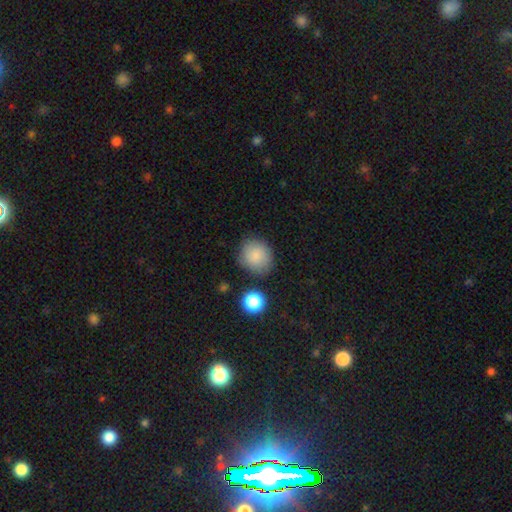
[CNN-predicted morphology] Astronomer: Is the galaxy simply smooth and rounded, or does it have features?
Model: smooth — 85%.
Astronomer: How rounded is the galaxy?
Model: round — 81%.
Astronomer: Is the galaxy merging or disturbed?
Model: none — 77%.